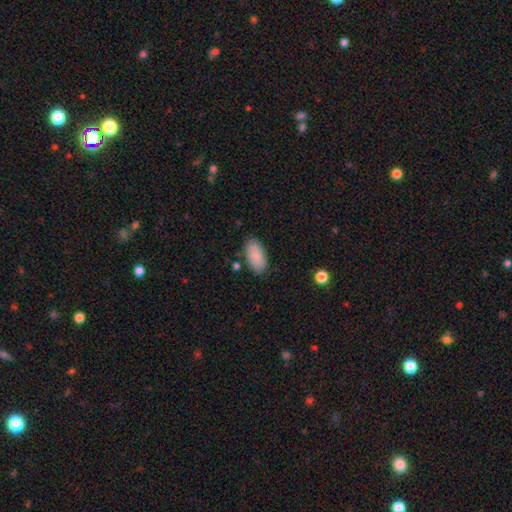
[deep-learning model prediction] Smooth or featured: smooth — 89% (star or artifact — 6%)
How rounded: in between — 94% (cigar-shaped — 3%)
Merging: none — 84% (minor disturbance — 11%)